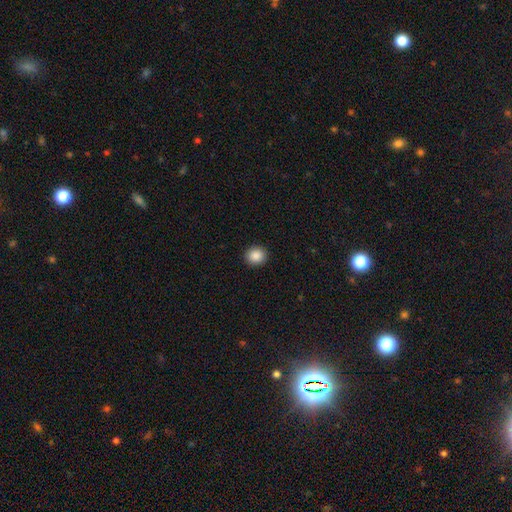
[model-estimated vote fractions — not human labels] This appears to be a smooth galaxy with no disk features (88%) that is round (78%). Merging: none (92%).